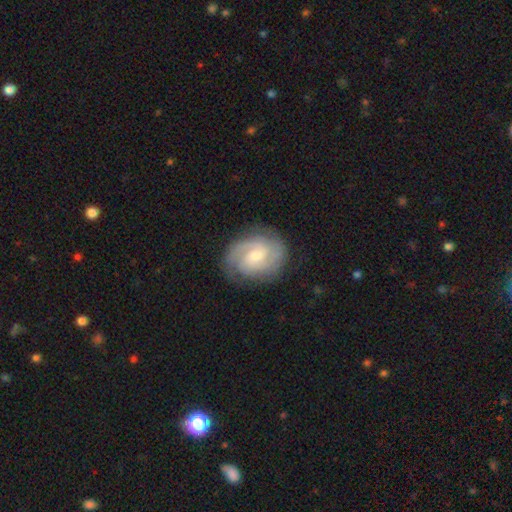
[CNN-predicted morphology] featured or disk 81%, smooth 14%, star or artifact 6%. Down the decision tree: edge-on disk — no (97%); bar — weak (48%); spiral arms — yes (96%); spiral arm count — 2 (56%); spiral winding — tight (57%); bulge size — small (47%); merging — none (81%).